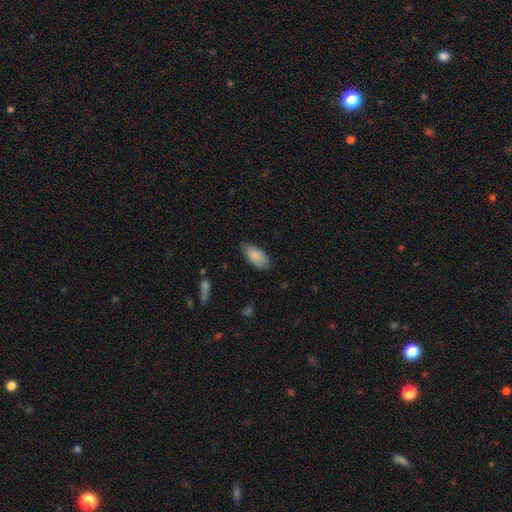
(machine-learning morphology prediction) smooth-or-featured: smooth: 86% | featured or disk: 8% | star or artifact: 6%
  how-rounded: in between: 92% | cigar-shaped: 6% | round: 2%
  merging: none: 72% | minor disturbance: 23% | major disturbance: 4% | merger: 1%